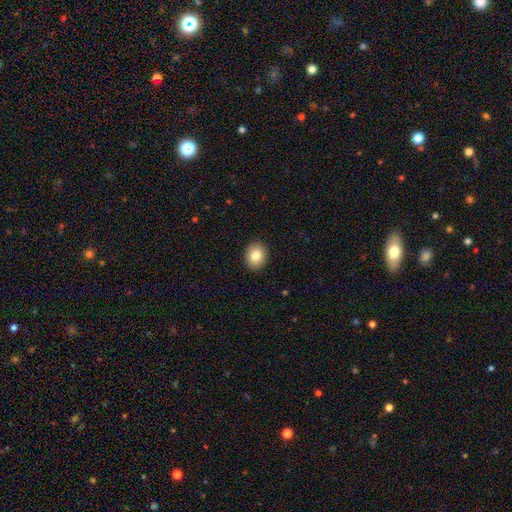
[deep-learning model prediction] Q: Smooth or featured?
A: smooth (83%); runner-up: star or artifact (9%)
Q: How rounded?
A: round (55%); runner-up: in between (44%)
Q: Merging?
A: none (91%); runner-up: minor disturbance (6%)